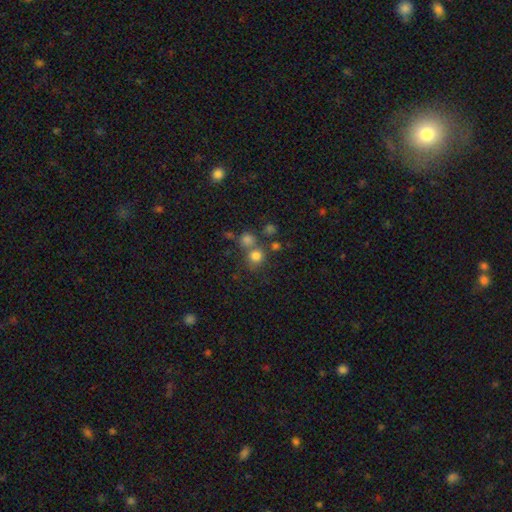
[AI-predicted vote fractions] Q: Smooth or featured?
A: smooth (77%); runner-up: star or artifact (15%)
Q: How rounded?
A: round (86%); runner-up: in between (13%)
Q: Merging?
A: none (58%); runner-up: merger (28%)